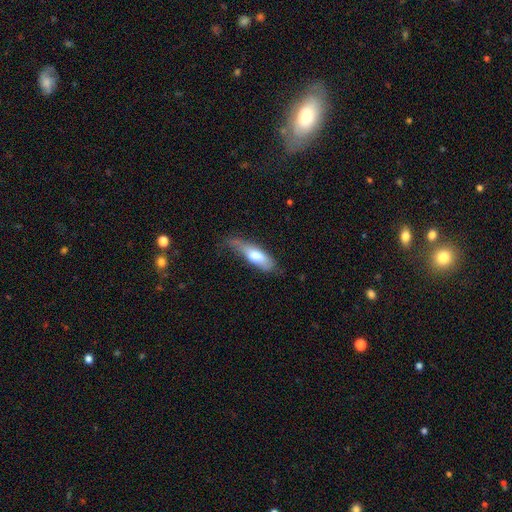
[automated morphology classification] smooth-or-featured: smooth: 70% | featured or disk: 24% | star or artifact: 6%
  how-rounded: in between: 53% | cigar-shaped: 45% | round: 2%
  merging: minor disturbance: 39% | none: 38% | major disturbance: 20% | merger: 3%